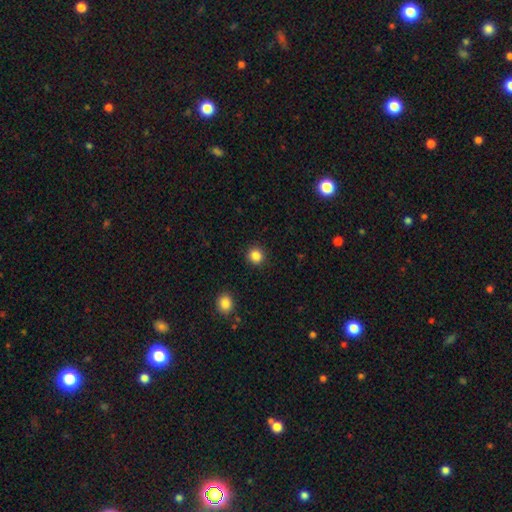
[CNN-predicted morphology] Q: Smooth or featured?
A: smooth (85%); runner-up: star or artifact (11%)
Q: How rounded?
A: round (92%); runner-up: in between (7%)
Q: Merging?
A: none (92%); runner-up: minor disturbance (5%)